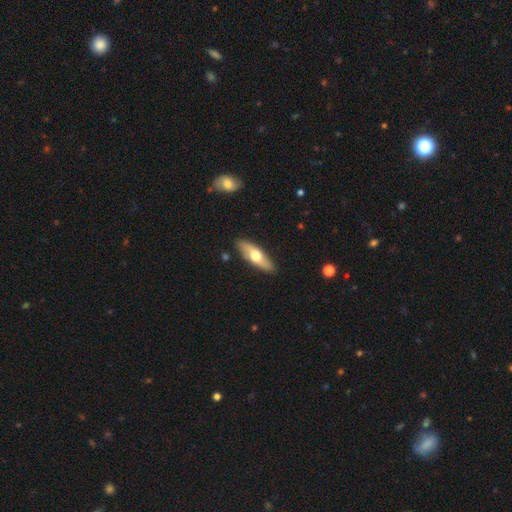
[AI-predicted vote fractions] smooth-or-featured: smooth: 54% | featured or disk: 41% | star or artifact: 5%
  how-rounded: in between: 49% | cigar-shaped: 48% | round: 3%
  merging: none: 88% | minor disturbance: 9% | major disturbance: 2% | merger: 1%